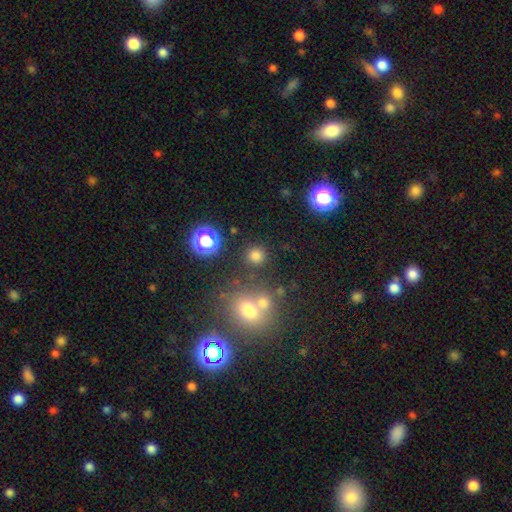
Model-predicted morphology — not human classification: smooth_or_featured: smooth (p=0.75) [alt: star or artifact p=0.20]
how_rounded: round (p=0.90) [alt: in between p=0.09]
merging: none (p=0.82) [alt: minor disturbance p=0.07]